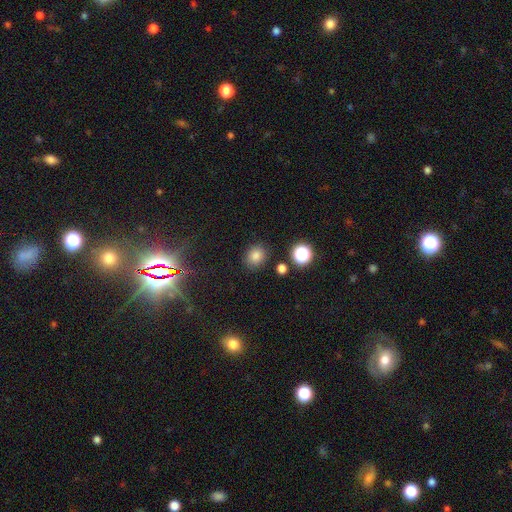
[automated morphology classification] A smooth galaxy with no disk features (80%) that is round (62%). Merging: none (85%).